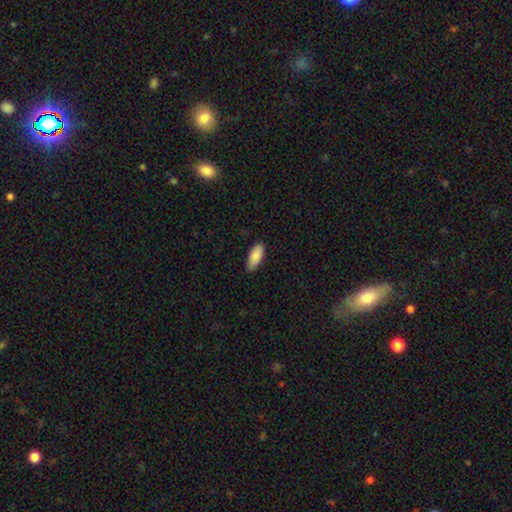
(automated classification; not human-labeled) A smooth galaxy with no disk features (87%) that is in between round and cigar-shaped (86%).

Vote fractions:
- Smooth or featured? smooth: 87% / featured or disk: 6% / star or artifact: 6%
- How rounded? in between: 86% / cigar-shaped: 13% / round: 2%
- Merging? none: 80% / minor disturbance: 17% / major disturbance: 2% / merger: 1%